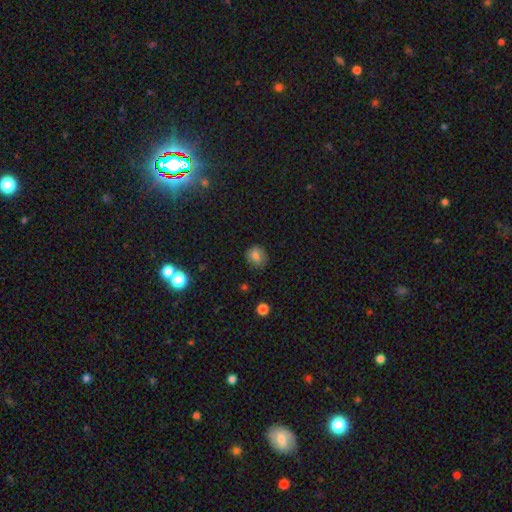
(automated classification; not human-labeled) smooth_or_featured: smooth (p=0.73) [alt: featured or disk p=0.15]
how_rounded: round (p=0.76) [alt: in between p=0.23]
merging: none (p=0.75) [alt: minor disturbance p=0.18]